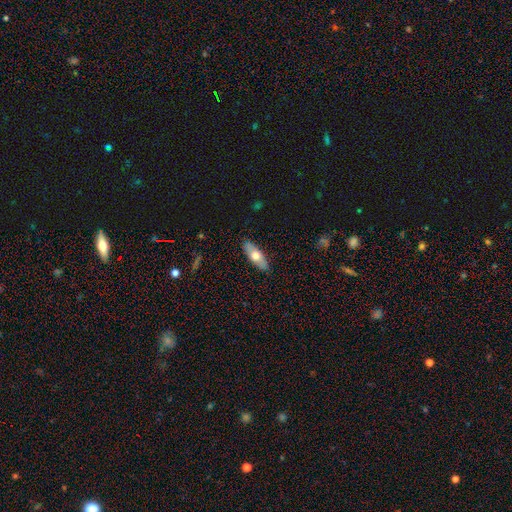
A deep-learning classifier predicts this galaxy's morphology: smooth_or_featured: smooth (p=0.61) [alt: featured or disk p=0.34]
how_rounded: in between (p=0.70) [alt: cigar-shaped p=0.27]
merging: none (p=0.89) [alt: minor disturbance p=0.09]